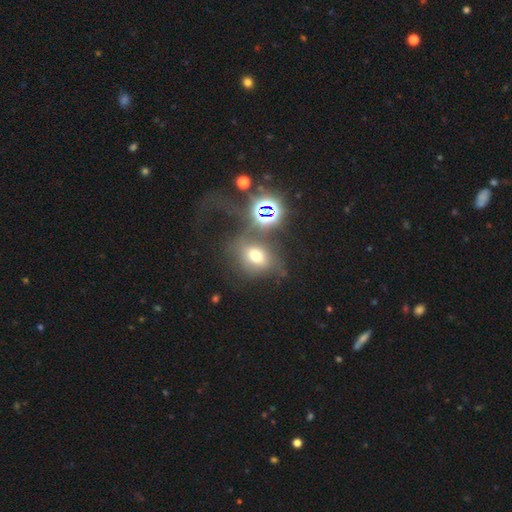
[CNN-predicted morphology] Smooth or featured? Predicted: smooth (p=0.59). How rounded? Predicted: in between (p=0.51). Merging? Predicted: none (p=0.49).